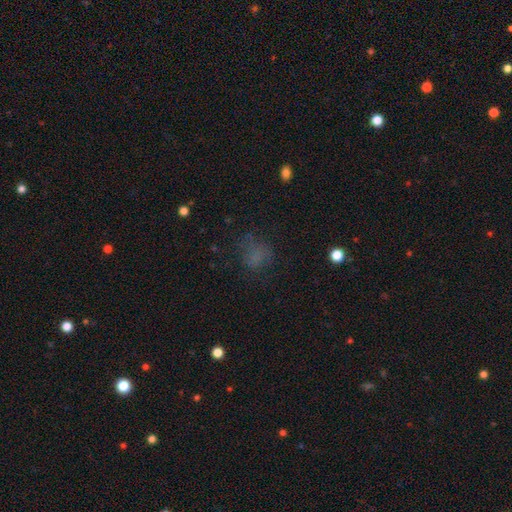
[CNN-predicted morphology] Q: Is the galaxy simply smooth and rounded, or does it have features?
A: smooth — 63%.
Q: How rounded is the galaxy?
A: round — 63%.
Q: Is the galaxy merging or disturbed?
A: none — 58%.